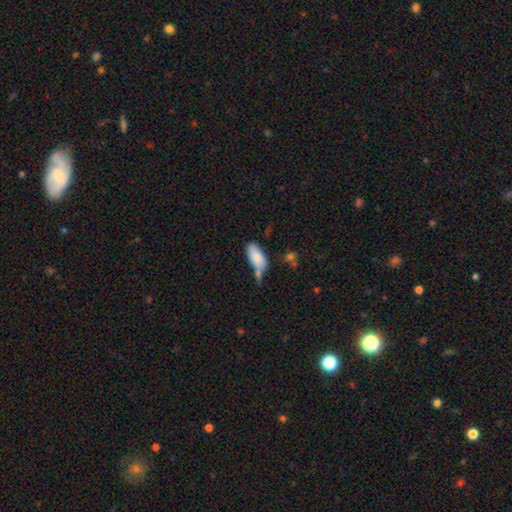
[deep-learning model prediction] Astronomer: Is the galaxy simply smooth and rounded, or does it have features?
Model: smooth — 80%.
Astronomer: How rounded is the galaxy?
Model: in between — 86%.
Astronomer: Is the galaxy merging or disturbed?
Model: none — 51%.